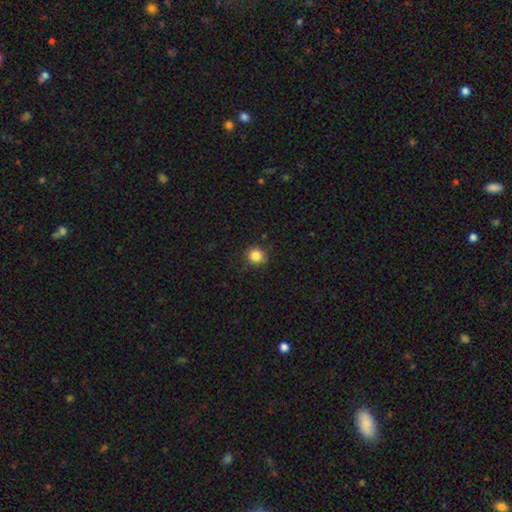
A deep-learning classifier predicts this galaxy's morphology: A smooth galaxy with no disk features (85%) that is round (92%). Merging: none (87%).